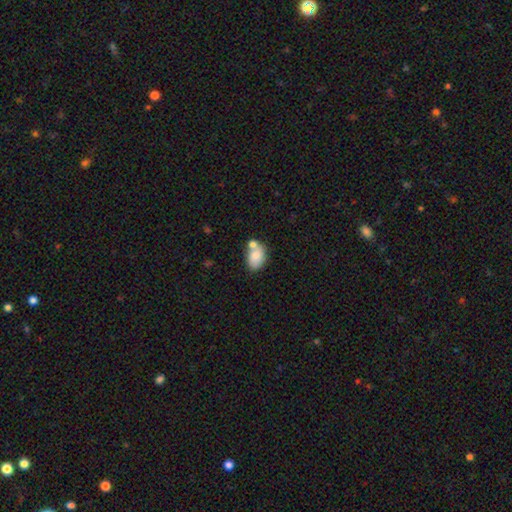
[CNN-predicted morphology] This appears to be a smooth galaxy with no disk features (80%) that is in between round and cigar-shaped (83%). Merging: none (47%).